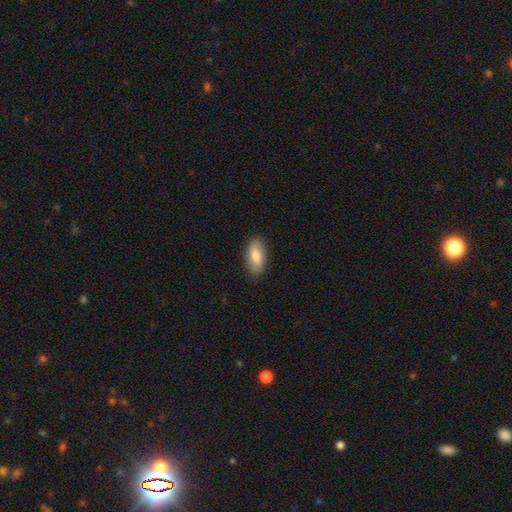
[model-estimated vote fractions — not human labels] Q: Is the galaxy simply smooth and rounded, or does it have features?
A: smooth — 82%.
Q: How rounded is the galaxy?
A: in between — 88%.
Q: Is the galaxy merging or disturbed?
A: none — 86%.